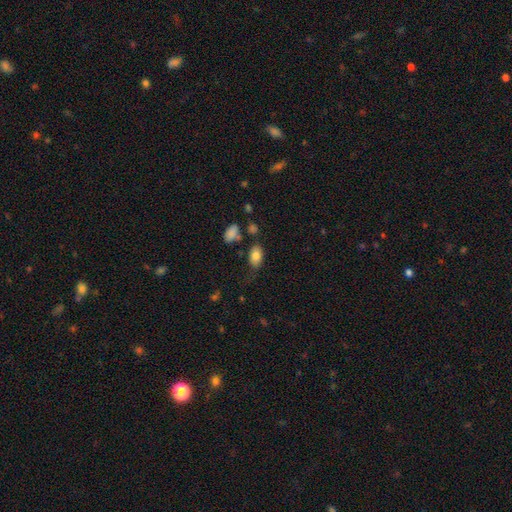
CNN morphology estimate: This is clearly a smooth galaxy (81%). How rounded: clearly in between (90%). Merging: likely none (69%).